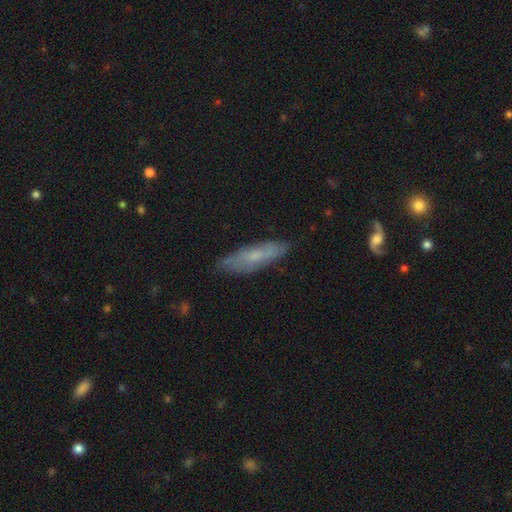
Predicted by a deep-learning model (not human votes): Smooth or featured? Predicted: smooth (p=0.47). Merging? Predicted: none (p=0.79).